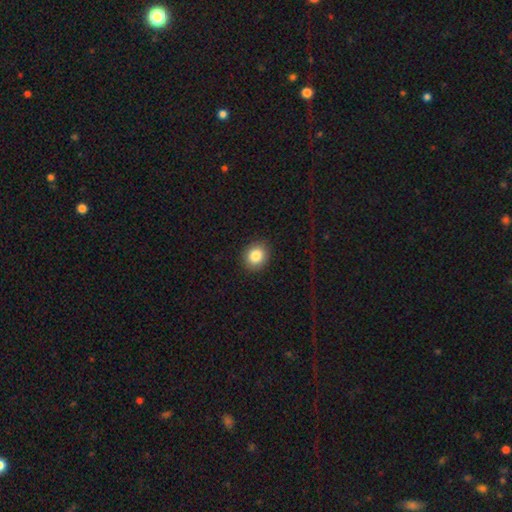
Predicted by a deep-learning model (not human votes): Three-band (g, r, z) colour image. It shows a smooth galaxy with no disk features (84%) that is round (62%). Merging: none (90%).